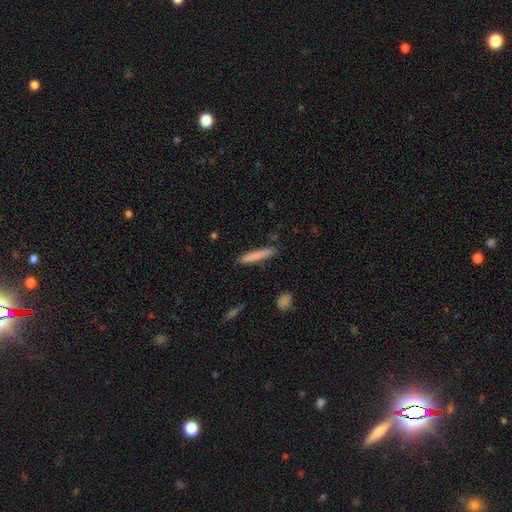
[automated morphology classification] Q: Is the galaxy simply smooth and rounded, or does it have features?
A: smooth — 78%.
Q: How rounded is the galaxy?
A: cigar-shaped — 94%.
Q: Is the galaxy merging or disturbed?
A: none — 86%.